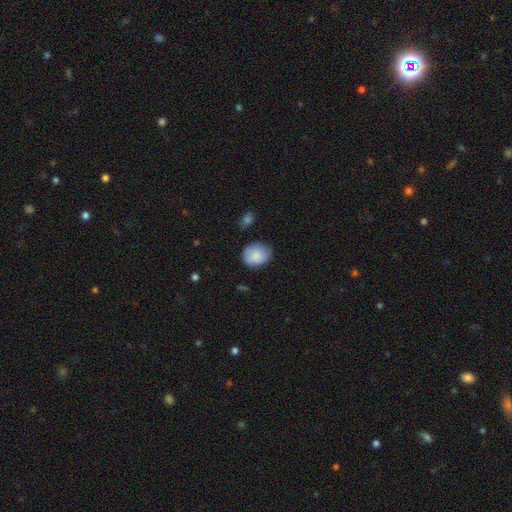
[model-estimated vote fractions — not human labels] smooth_or_featured: smooth (p=0.85) [alt: featured or disk p=0.08]
how_rounded: round (p=0.57) [alt: in between p=0.43]
merging: none (p=0.70) [alt: minor disturbance p=0.24]